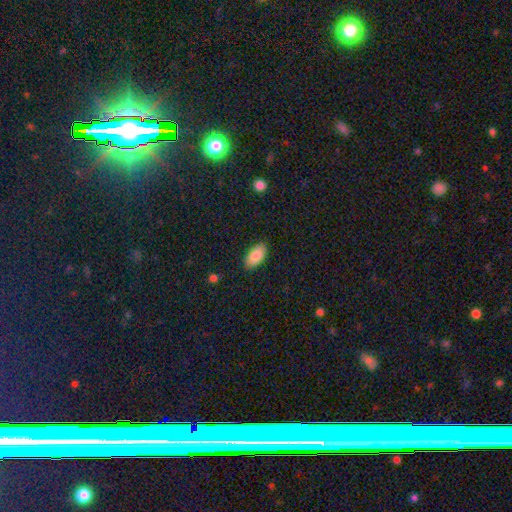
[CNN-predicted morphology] This appears to be a smooth galaxy with no disk features (86%) that is in between round and cigar-shaped (93%). Merging: none (87%).